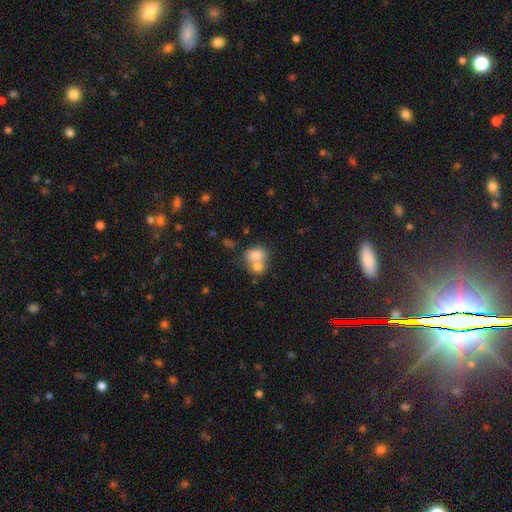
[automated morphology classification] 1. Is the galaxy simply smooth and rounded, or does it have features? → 75% smooth, 15% featured or disk, 9% star or artifact.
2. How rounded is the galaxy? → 51% round, 48% in between, 1% cigar-shaped.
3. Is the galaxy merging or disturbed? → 62% merger, 27% none, 7% minor disturbance, 4% major disturbance.